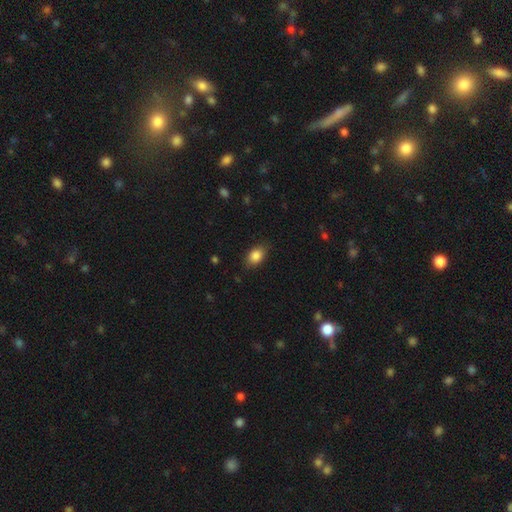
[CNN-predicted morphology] type=smooth (86%); roundness=in between (82%); merging=none (83%).